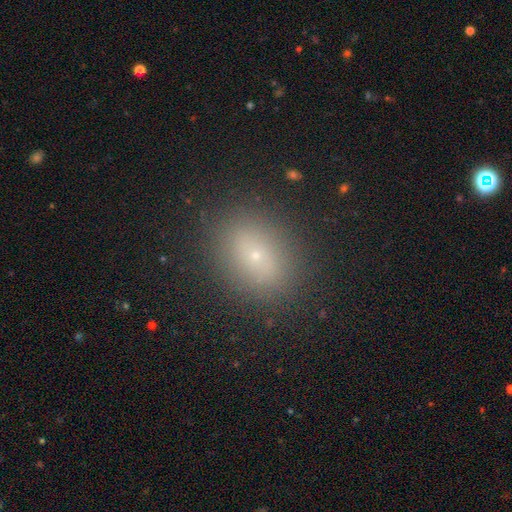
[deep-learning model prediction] The model was most divided on "how rounded": in between: 64%, round: 33%, cigar-shaped: 2%. More confident: merging — none (87%); smooth or featured — smooth (64%).